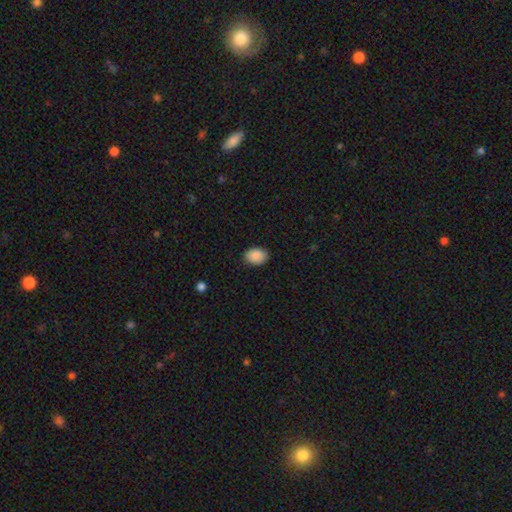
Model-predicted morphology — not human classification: Smooth or featured? Predicted: smooth (p=0.90). How rounded? Predicted: in between (p=0.79). Merging? Predicted: none (p=0.87).